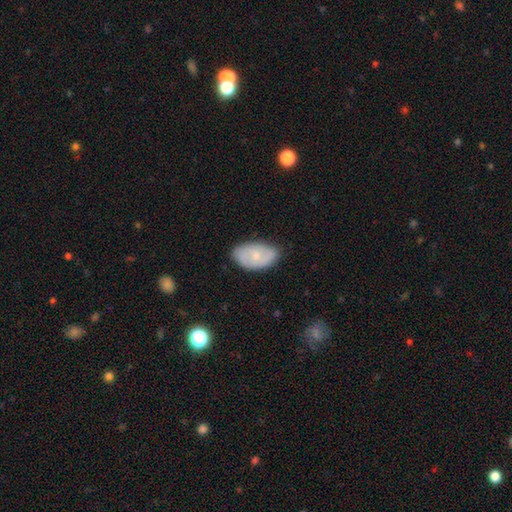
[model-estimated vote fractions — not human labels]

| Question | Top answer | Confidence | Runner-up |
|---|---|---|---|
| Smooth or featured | smooth | 60% | featured or disk (32%) |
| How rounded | in between | 93% | round (6%) |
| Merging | none | 75% | minor disturbance (20%) |